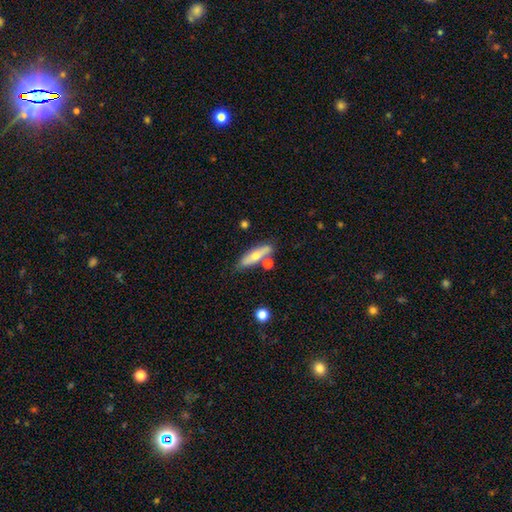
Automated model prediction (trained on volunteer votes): Morphology: type=smooth (51%); roundness=cigar-shaped (63%); merging=none (72%).